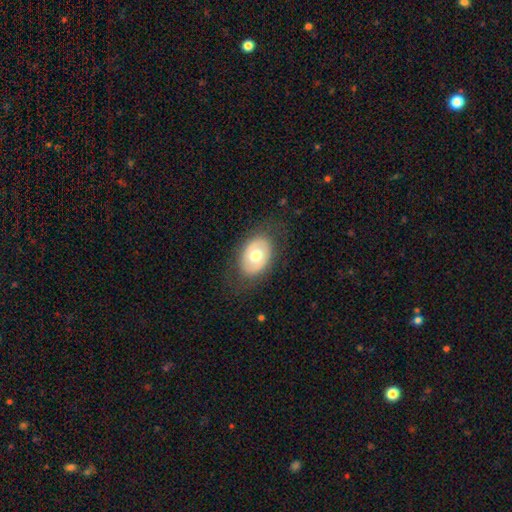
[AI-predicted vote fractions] The model was most divided on "smooth or featured": smooth: 56%, featured or disk: 38%, star or artifact: 6%. More confident: how rounded — in between (78%); merging — none (78%).